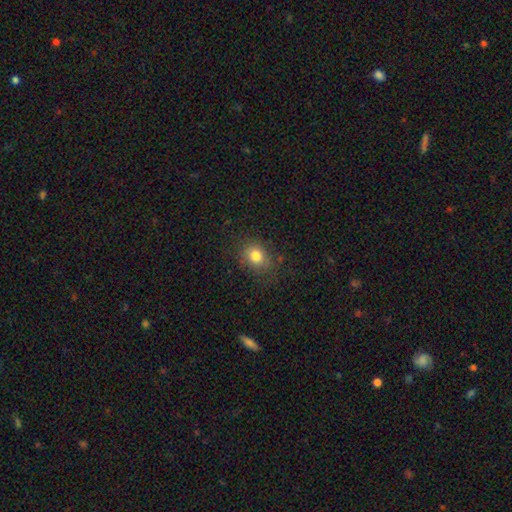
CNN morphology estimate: Smooth or featured: smooth — 79% (star or artifact — 12%)
How rounded: round — 57% (in between — 42%)
Merging: none — 80% (minor disturbance — 14%)